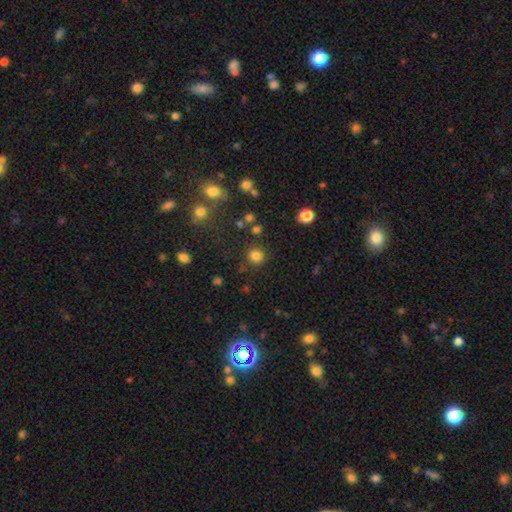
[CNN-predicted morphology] A smooth galaxy with no disk features (81%) that is round (91%).

Vote fractions:
- Smooth or featured? smooth: 81% / star or artifact: 15% / featured or disk: 5%
- How rounded? round: 91% / in between: 8% / cigar-shaped: 1%
- Merging? none: 85% / minor disturbance: 8% / merger: 4% / major disturbance: 3%